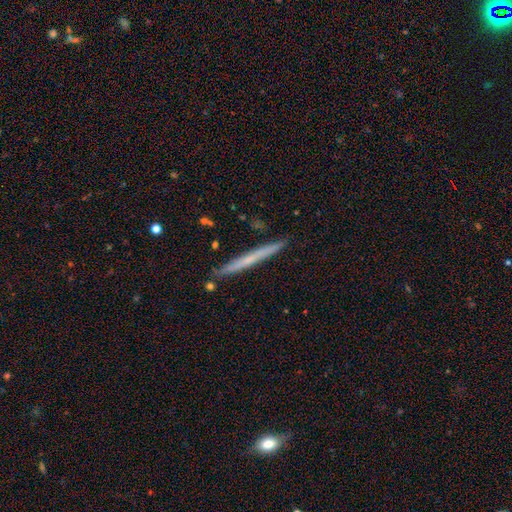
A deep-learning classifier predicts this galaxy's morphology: Smooth or featured? Predicted: featured or disk (p=0.48). Merging? Predicted: none (p=0.90).